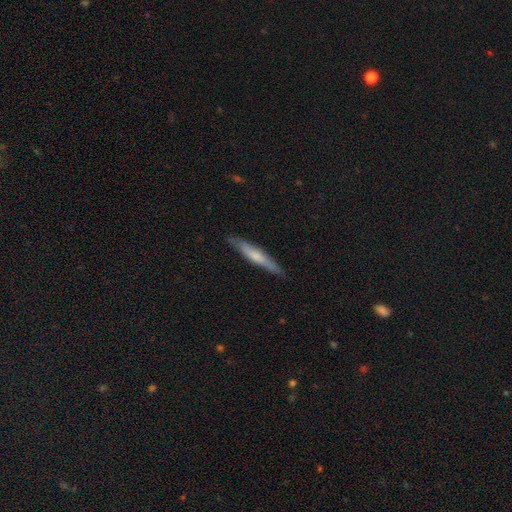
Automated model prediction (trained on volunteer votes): This is possibly a smooth galaxy (54%). How rounded: clearly cigar-shaped (92%). Merging: clearly none (86%).